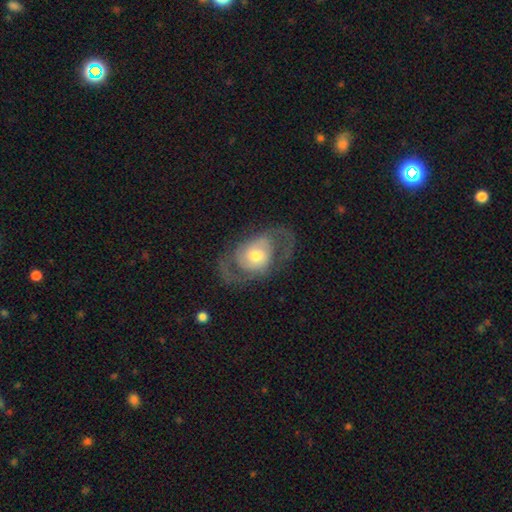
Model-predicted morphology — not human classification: The model was most divided on "spiral winding": medium: 49%, loose: 28%, tight: 23%. More confident: edge-on disk — no (96%); spiral arms — yes (84%); spiral arm count — 2 (81%); smooth or featured — featured or disk (75%); bulge size — moderate (63%); bar — no (62%); merging — none (61%).